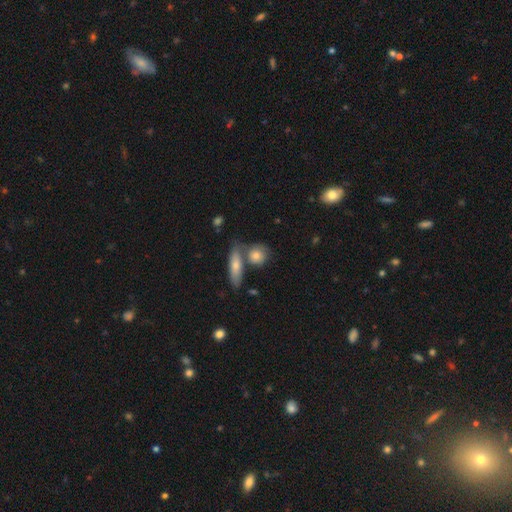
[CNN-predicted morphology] This appears to be a smooth galaxy with no disk features (68%) that is round (55%). Merging: none (59%).